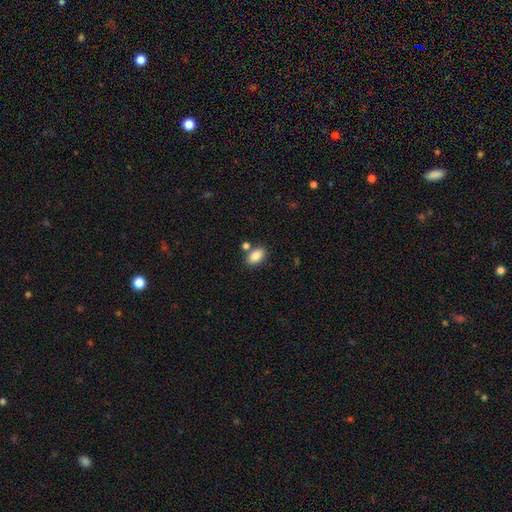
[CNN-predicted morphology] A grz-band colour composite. It shows a smooth galaxy with no disk features (86%) that is in between round and cigar-shaped (89%). Merging: none (72%).